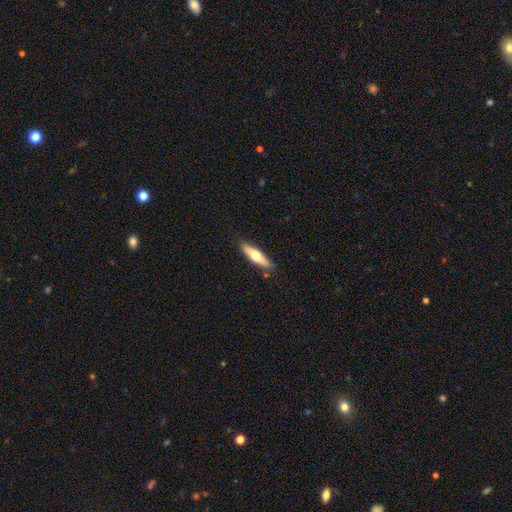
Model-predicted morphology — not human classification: Smooth or featured?
  - smooth: 52% *
  - featured or disk: 42%
  - star or artifact: 5%
How rounded?
  - cigar-shaped: 67% *
  - in between: 31%
  - round: 2%
Merging?
  - none: 85% *
  - minor disturbance: 11%
  - major disturbance: 2%
  - merger: 2%